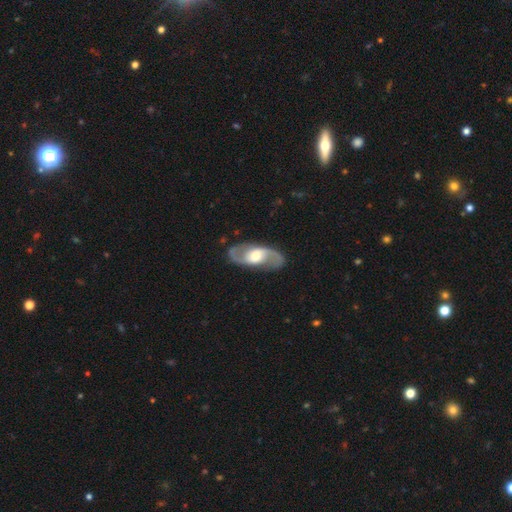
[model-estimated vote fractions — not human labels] The model was most divided on "bar": no: 43%, weak: 39%, strong: 18%. Remaining: edge-on disk — no (94%); spiral arms — yes (93%); spiral arm count — 2 (93%); smooth or featured — featured or disk (85%); merging — none (84%); bulge size — moderate (60%); spiral winding — medium (47%).